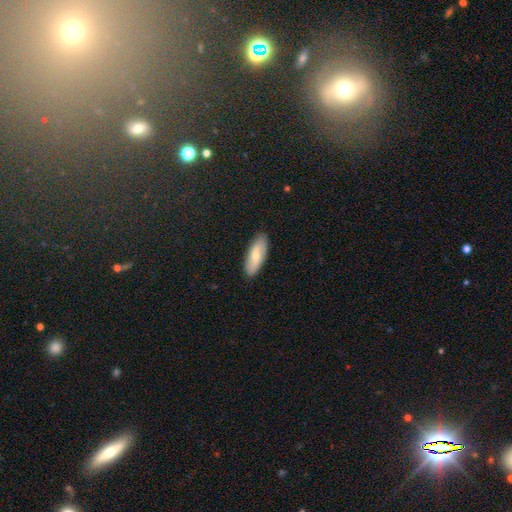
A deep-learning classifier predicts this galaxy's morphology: Smooth or featured? smooth (64%)
How rounded? in between (70%)
Merging? none (87%)